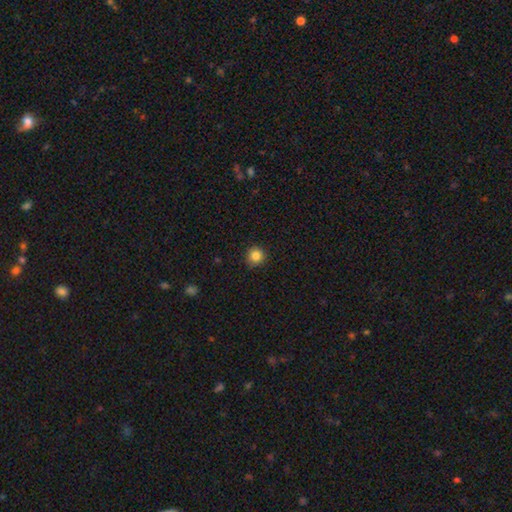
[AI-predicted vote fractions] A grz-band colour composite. It shows a smooth galaxy with no disk features (84%) that is round (93%). Merging: none (91%).